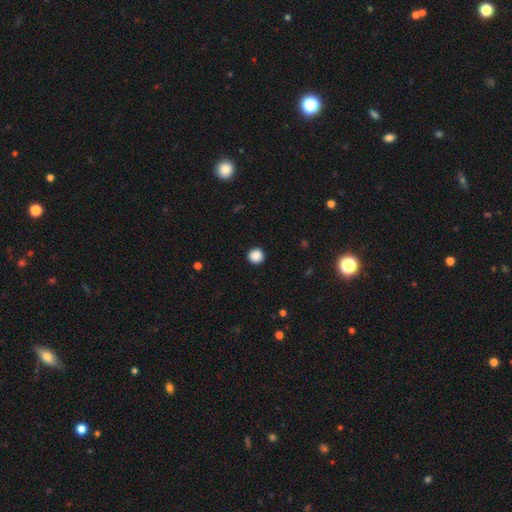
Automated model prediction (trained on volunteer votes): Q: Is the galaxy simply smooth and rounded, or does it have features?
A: smooth — 88%.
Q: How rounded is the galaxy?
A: round — 95%.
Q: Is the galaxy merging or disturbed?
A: none — 93%.